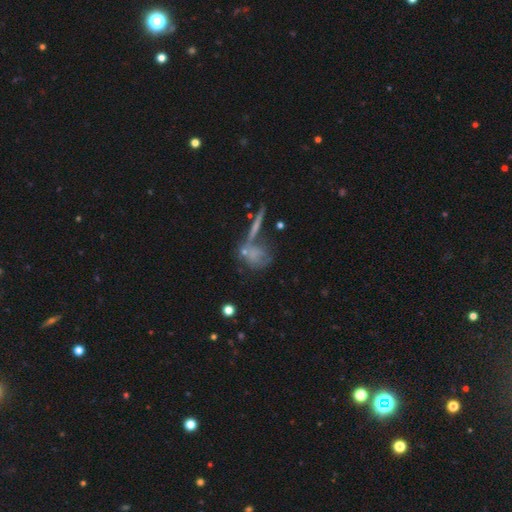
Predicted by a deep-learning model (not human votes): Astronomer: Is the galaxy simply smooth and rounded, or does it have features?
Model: smooth — 43% (runner-up: featured or disk, 35%).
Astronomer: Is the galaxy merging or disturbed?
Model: none — 42% (runner-up: merger, 32%).